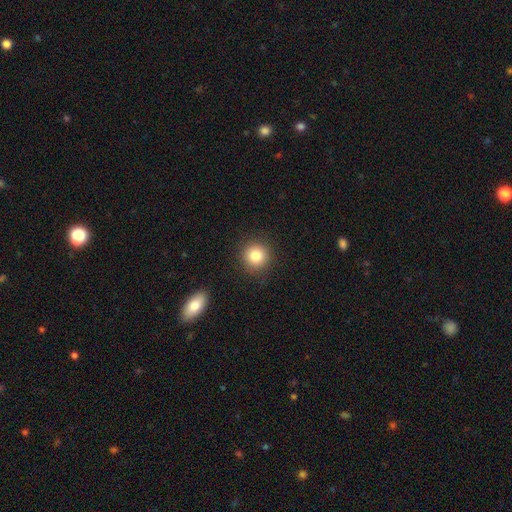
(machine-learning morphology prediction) This is clearly a smooth galaxy (82%). How rounded: clearly round (92%). Merging: clearly none (90%).